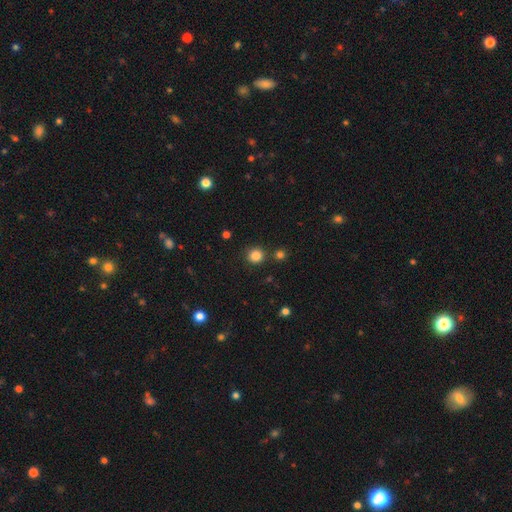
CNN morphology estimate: Q: Smooth or featured?
A: smooth (84%); runner-up: star or artifact (13%)
Q: How rounded?
A: round (92%); runner-up: in between (8%)
Q: Merging?
A: none (84%); runner-up: minor disturbance (7%)